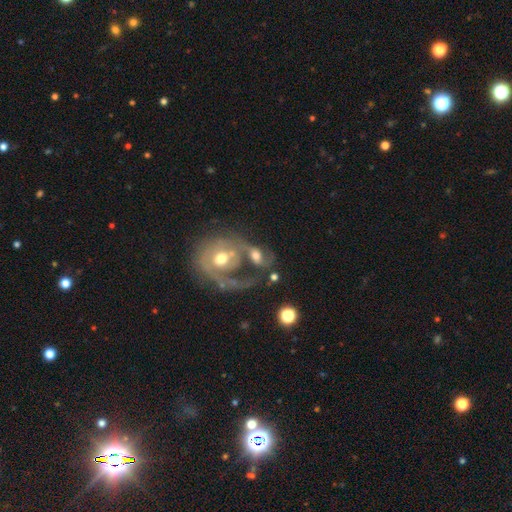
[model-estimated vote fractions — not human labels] This appears to be a featured or disk galaxy (61%) with no bar (60%), spiral arms (70%) and a moderate central bulge (64%). Merging: merger (57%).